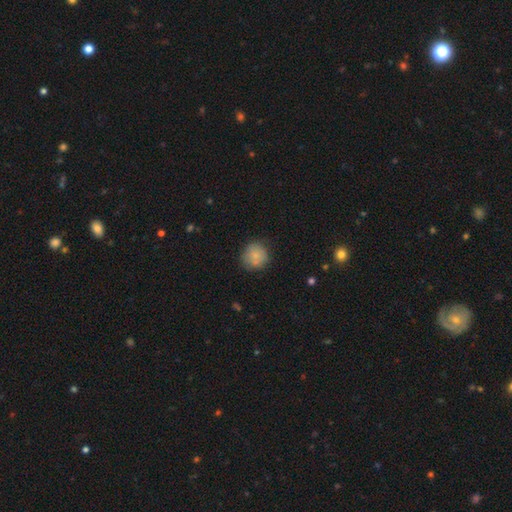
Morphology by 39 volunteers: Smooth or featured: smooth — 85% (featured or disk — 10%)
How rounded: round — 94% (in between — 6%)
Merging: none — 68% (minor disturbance — 22%)